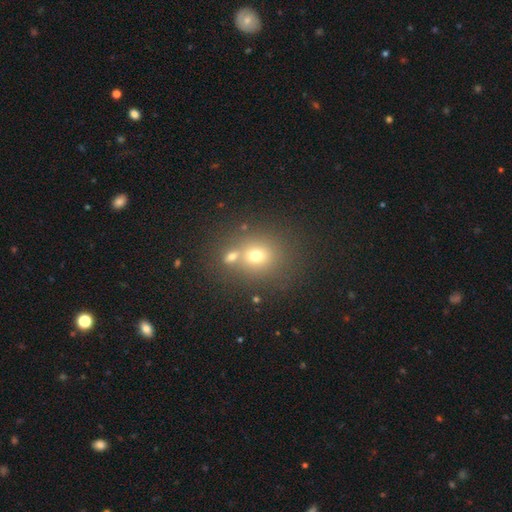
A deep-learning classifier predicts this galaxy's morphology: smooth-or-featured: smooth: 67% | star or artifact: 18% | featured or disk: 15%
  how-rounded: round: 70% | in between: 29% | cigar-shaped: 1%
  merging: none: 52% | merger: 35% | minor disturbance: 9% | major disturbance: 4%